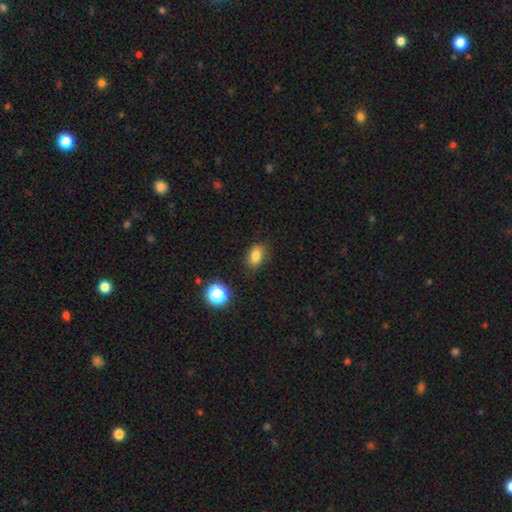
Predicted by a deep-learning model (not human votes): This appears to be a smooth galaxy with no disk features (81%) that is in between round and cigar-shaped (78%). Merging: none (83%).